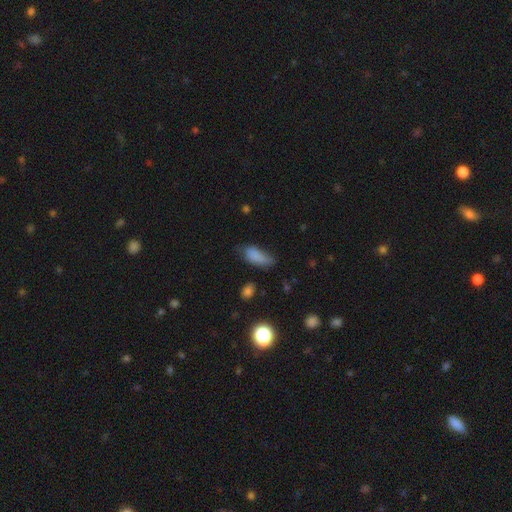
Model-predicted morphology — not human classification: smooth 80%, featured or disk 10%, star or artifact 10%. Down the decision tree: how rounded — in between (81%); merging — none (42%).